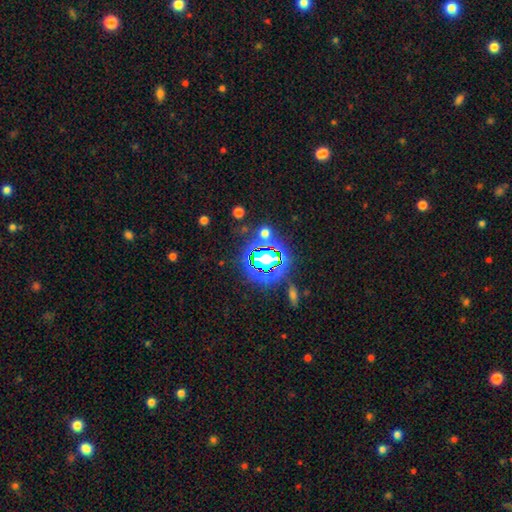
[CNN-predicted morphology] star or artifact 78%, smooth 14%, featured or disk 9%.